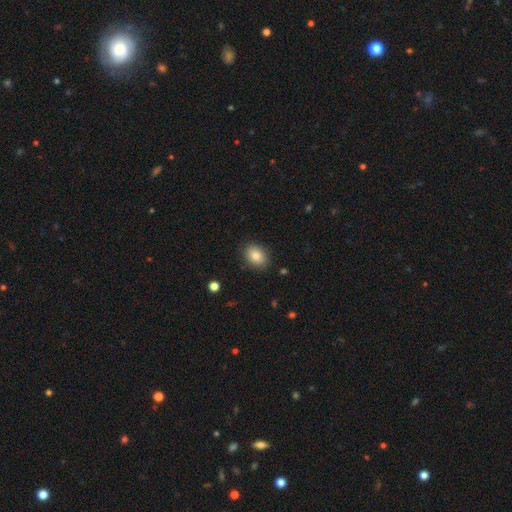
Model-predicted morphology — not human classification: The model was most divided on "how rounded": in between: 64%, round: 35%, cigar-shaped: 1%. More confident: merging — none (86%); smooth or featured — smooth (84%).